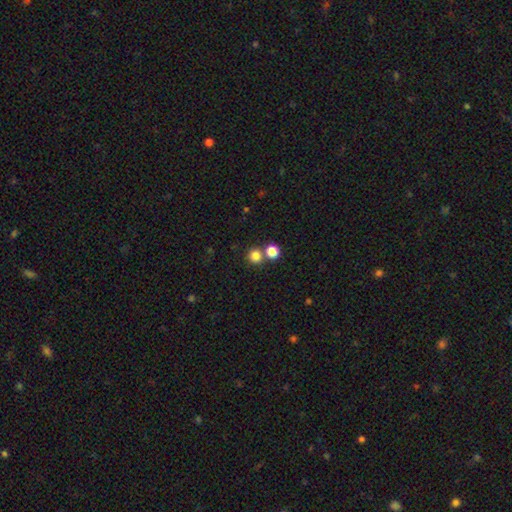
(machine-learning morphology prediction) This is clearly a smooth galaxy (80%). How rounded: clearly round (92%). Merging: likely none (68%).